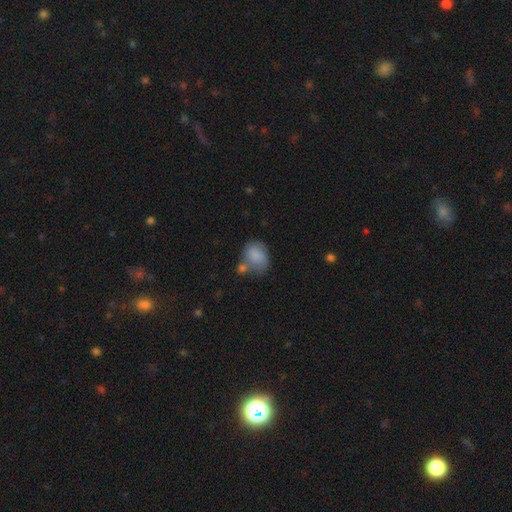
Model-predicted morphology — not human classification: This is clearly a smooth galaxy (80%). How rounded: likely in between (61%). Merging: marginally none (41%).